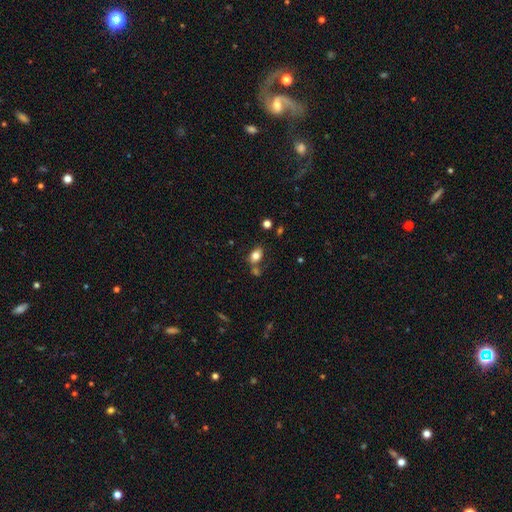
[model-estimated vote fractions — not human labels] smooth_or_featured: smooth (p=0.79) [alt: featured or disk p=0.11]
how_rounded: in between (p=0.83) [alt: round p=0.16]
merging: none (p=0.63) [alt: merger p=0.17]